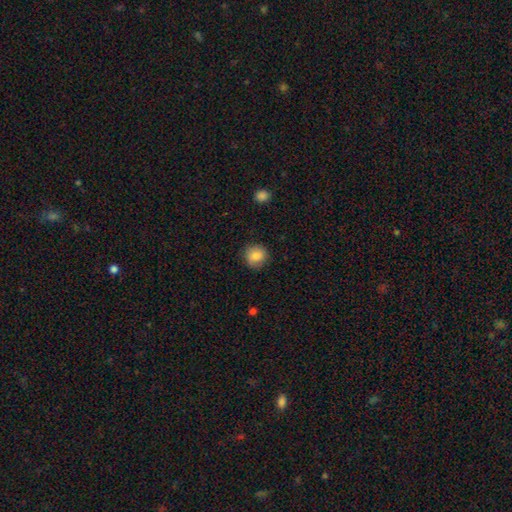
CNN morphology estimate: The model was most divided on "merging": none: 86%, minor disturbance: 10%, major disturbance: 3%, merger: 1%. More confident: how rounded — round (89%); smooth or featured — smooth (84%).